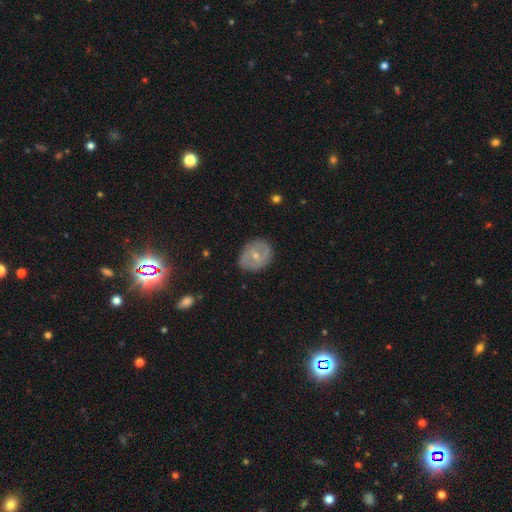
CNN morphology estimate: smooth_or_featured: featured or disk (p=0.55) [alt: smooth p=0.37]
disk_edge_on: no (p=0.95) [alt: yes p=0.05]
bar: no (p=0.53) [alt: weak p=0.36]
has_spiral_arms: yes (p=0.53) [alt: no p=0.47]
bulge_size: small (p=0.56) [alt: moderate p=0.41]
merging: none (p=0.80) [alt: minor disturbance p=0.15]